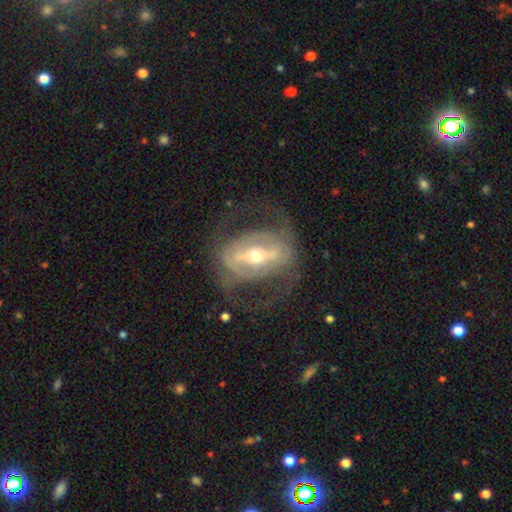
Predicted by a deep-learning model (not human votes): smooth_or_featured: featured or disk (p=0.83) [alt: smooth p=0.12]
disk_edge_on: no (p=0.91) [alt: yes p=0.09]
bar: strong (p=0.65) [alt: weak p=0.22]
has_spiral_arms: yes (p=0.62) [alt: no p=0.38]
bulge_size: moderate (p=0.54) [alt: small p=0.40]
merging: none (p=0.61) [alt: major disturbance p=0.22]